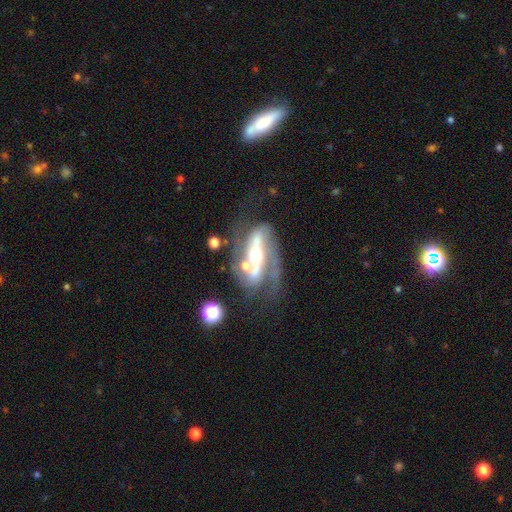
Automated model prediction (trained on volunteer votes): This is clearly a featured or disk galaxy (84%). It is clearly not viewed edge-on (92%). Bar: marginally strong (43%). Spiral arm pattern: clearly yes (88%). Spiral arm count: clearly 2 (82%). Spiral winding: marginally medium (45%). Central bulge: likely moderate (61%). Merging: marginally none (45%).